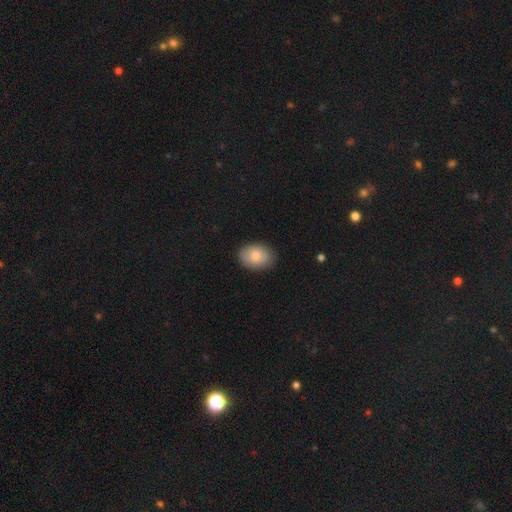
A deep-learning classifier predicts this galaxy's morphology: Smooth or featured?
  - smooth: 79% *
  - featured or disk: 14%
  - star or artifact: 7%
How rounded?
  - in between: 75% *
  - round: 24%
  - cigar-shaped: 1%
Merging?
  - none: 86% *
  - minor disturbance: 11%
  - major disturbance: 2%
  - merger: 1%